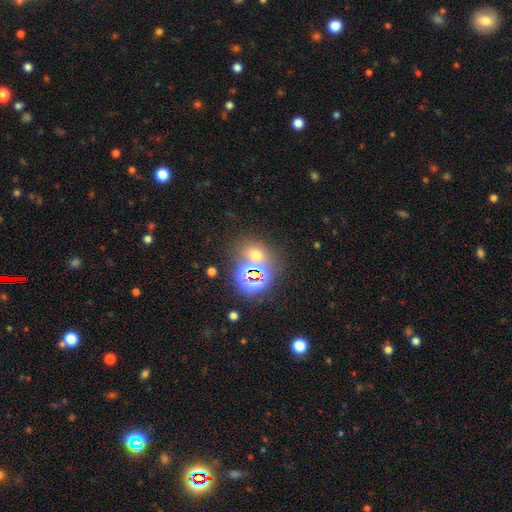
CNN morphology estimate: A smooth galaxy with no disk features (45%, tied with star or artifact). Merging: none (63%).